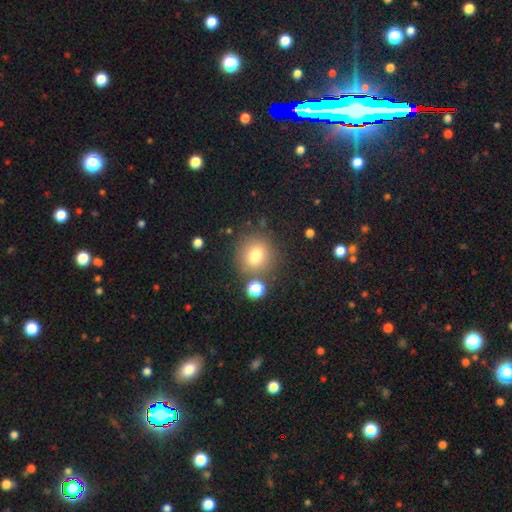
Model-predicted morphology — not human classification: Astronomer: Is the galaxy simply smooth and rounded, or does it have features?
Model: smooth — 75%.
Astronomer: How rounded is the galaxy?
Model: round — 85%.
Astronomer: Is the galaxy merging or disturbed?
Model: none — 78%.